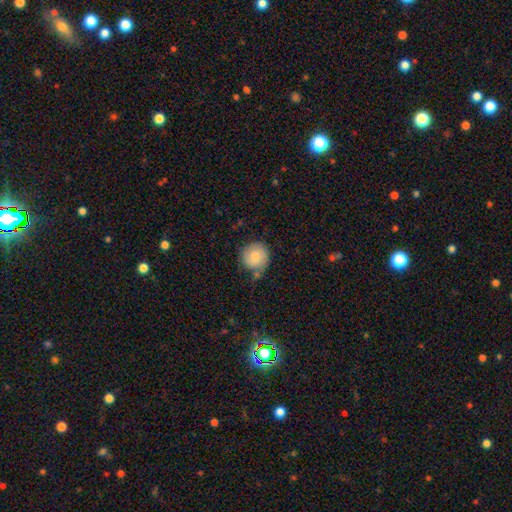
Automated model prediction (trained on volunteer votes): Smooth or featured? smooth (75%)
How rounded? round (92%)
Merging? none (66%)